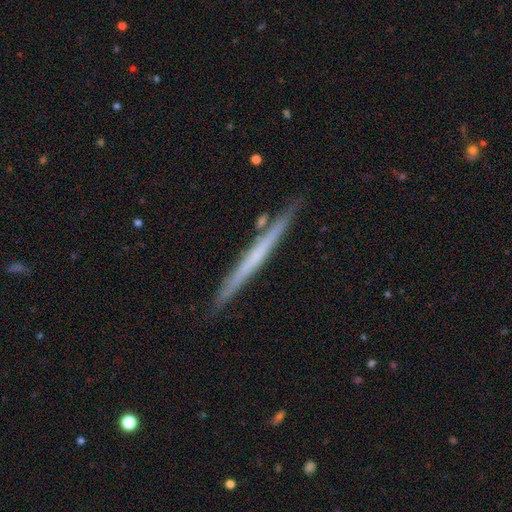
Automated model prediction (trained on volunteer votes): This is possibly a featured or disk galaxy (56%). It is clearly viewed edge-on (97%). Edge-on bulge: clearly none (88%). Merging: clearly none (88%).